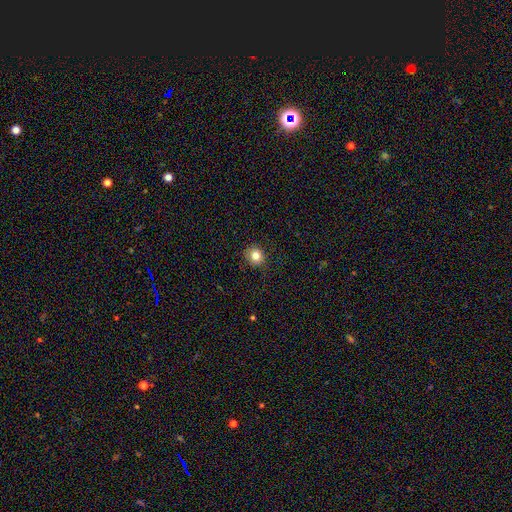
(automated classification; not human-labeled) smooth 82%, star or artifact 12%, featured or disk 6%. Down the decision tree: how rounded — round (89%); merging — none (89%).